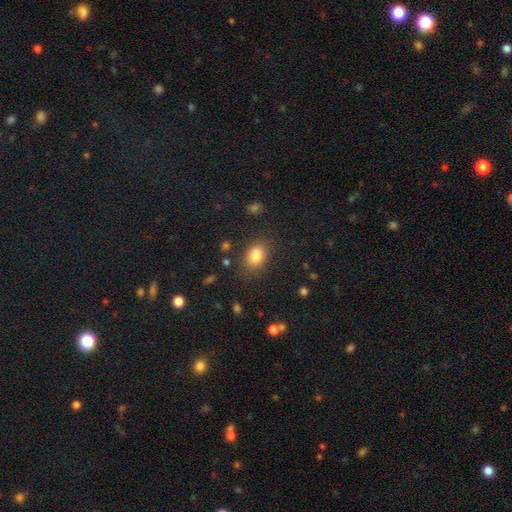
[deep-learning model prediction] Q: Smooth or featured?
A: smooth (82%); runner-up: star or artifact (11%)
Q: How rounded?
A: in between (75%); runner-up: round (24%)
Q: Merging?
A: none (80%); runner-up: minor disturbance (13%)